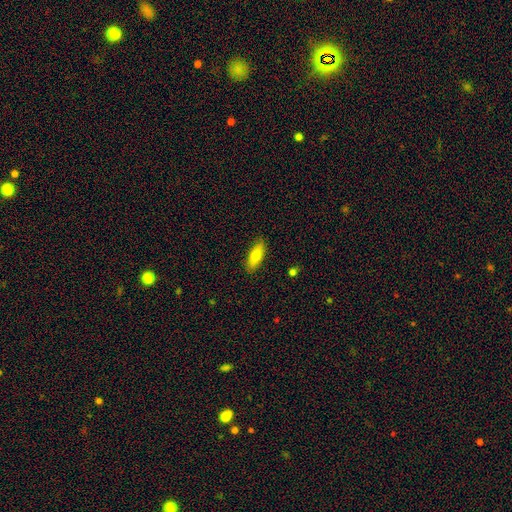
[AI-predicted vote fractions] This is likely a smooth galaxy (75%). How rounded: likely in between (74%). Merging: clearly none (86%).